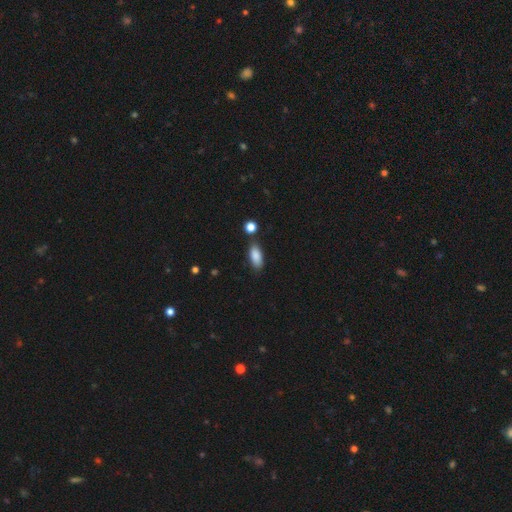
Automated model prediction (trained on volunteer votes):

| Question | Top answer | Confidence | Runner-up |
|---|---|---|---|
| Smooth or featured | smooth | 87% | star or artifact (7%) |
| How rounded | in between | 85% | cigar-shaped (13%) |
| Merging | none | 76% | minor disturbance (14%) |